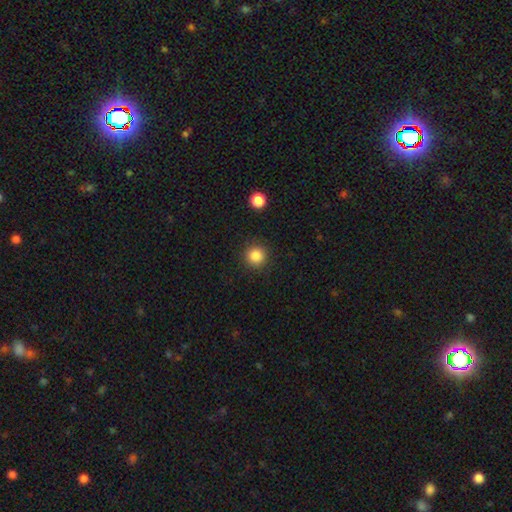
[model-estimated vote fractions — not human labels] A smooth galaxy with no disk features (85%) that is round (95%). Merging: none (90%).